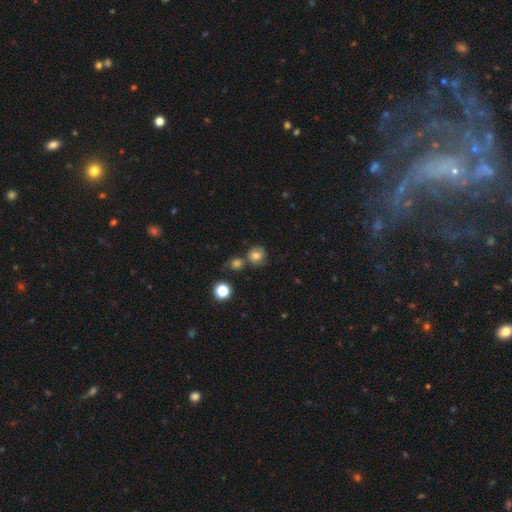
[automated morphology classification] The model was most divided on "merging": none: 61%, merger: 19%, minor disturbance: 15%, major disturbance: 6%. More confident: how rounded — round (84%); smooth or featured — smooth (73%).